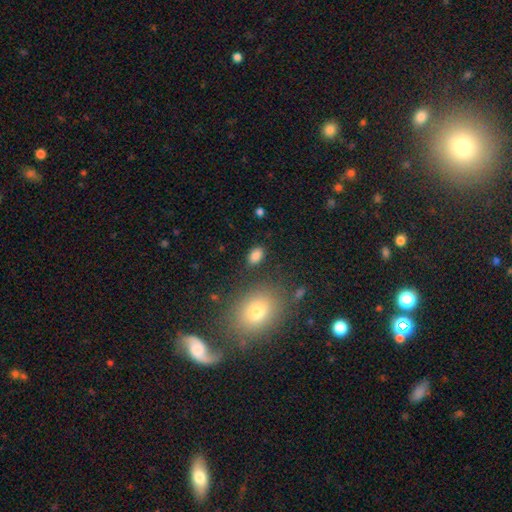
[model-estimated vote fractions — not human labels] smooth-or-featured: smooth: 84% | star or artifact: 10% | featured or disk: 5%
  how-rounded: in between: 88% | round: 11% | cigar-shaped: 2%
  merging: none: 84% | minor disturbance: 10% | major disturbance: 3% | merger: 3%